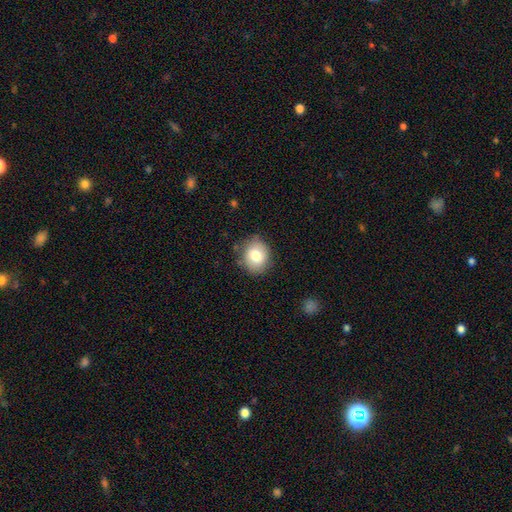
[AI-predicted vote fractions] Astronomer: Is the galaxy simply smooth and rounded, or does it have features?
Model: smooth — 78%.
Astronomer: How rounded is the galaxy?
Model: round — 66%.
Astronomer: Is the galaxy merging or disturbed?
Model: none — 82%.